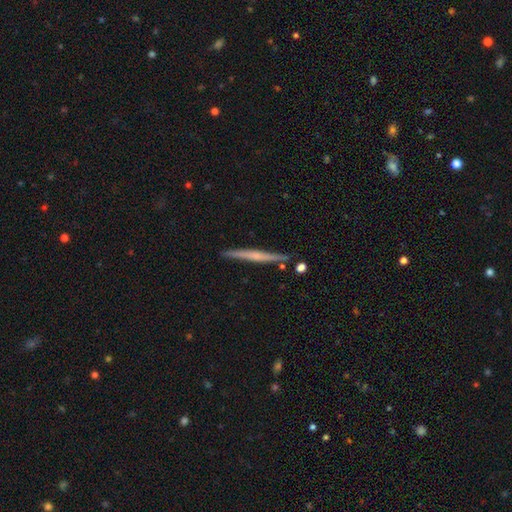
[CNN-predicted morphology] This is likely a featured or disk galaxy (61%). It is clearly viewed edge-on (97%). Edge-on bulge: possibly none (50%). Merging: clearly none (87%).